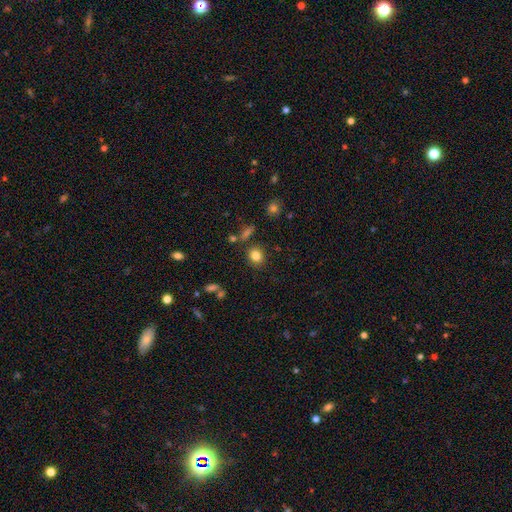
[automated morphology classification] A smooth galaxy with no disk features (83%) that is round (72%). Merging: none (82%).